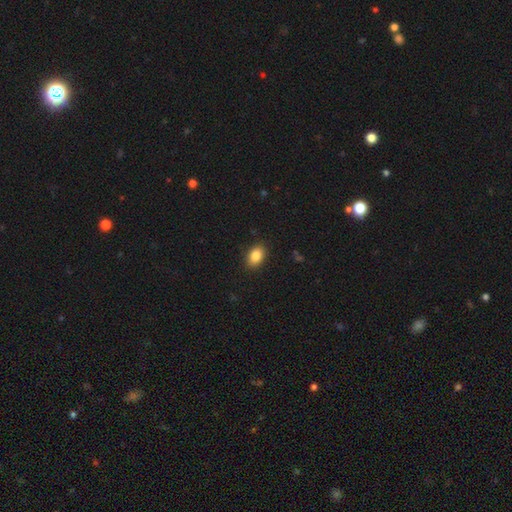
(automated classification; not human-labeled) The model was most divided on "how rounded": in between: 85%, round: 14%, cigar-shaped: 1%. More confident: merging — none (89%); smooth or featured — smooth (86%).